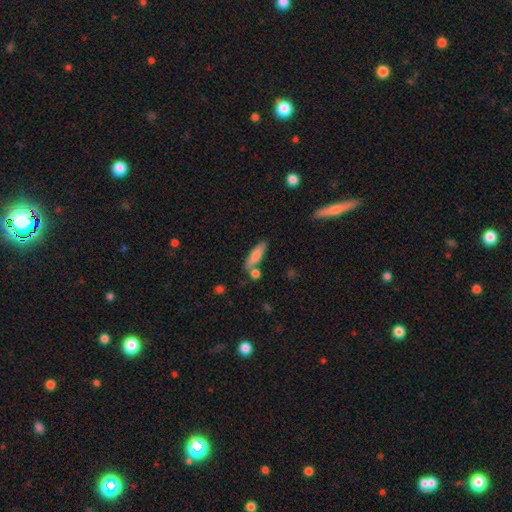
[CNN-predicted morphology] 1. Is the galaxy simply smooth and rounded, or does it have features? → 79% smooth, 14% featured or disk, 7% star or artifact.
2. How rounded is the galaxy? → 63% cigar-shaped, 35% in between, 3% round.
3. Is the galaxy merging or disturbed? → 68% none, 14% merger, 14% minor disturbance, 4% major disturbance.